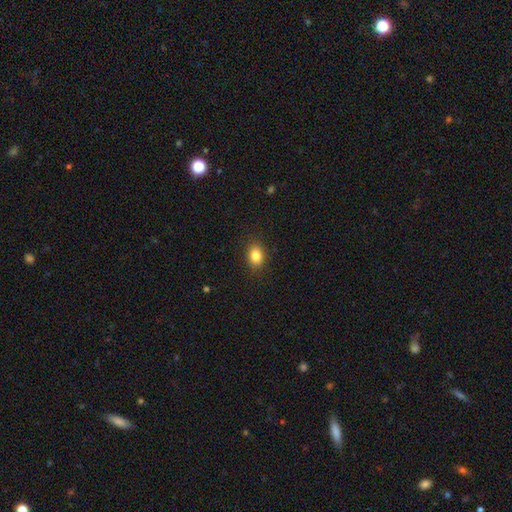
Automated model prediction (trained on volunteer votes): Smooth or featured?
  - smooth: 83% *
  - star or artifact: 10%
  - featured or disk: 7%
How rounded?
  - in between: 69% *
  - round: 30%
  - cigar-shaped: 1%
Merging?
  - none: 88% *
  - minor disturbance: 9%
  - major disturbance: 2%
  - merger: 1%